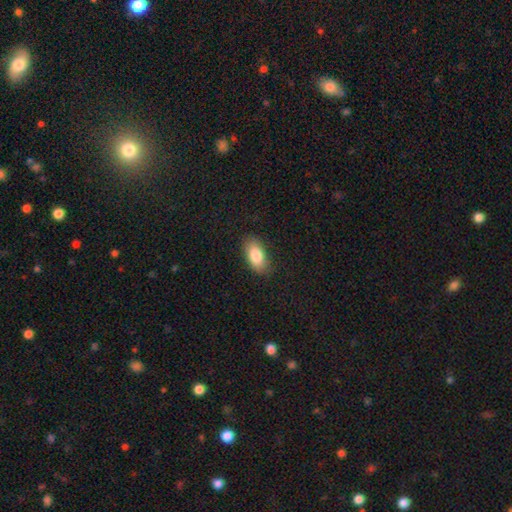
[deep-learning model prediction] Morphology: type=smooth (85%); roundness=in between (92%); merging=none (85%).